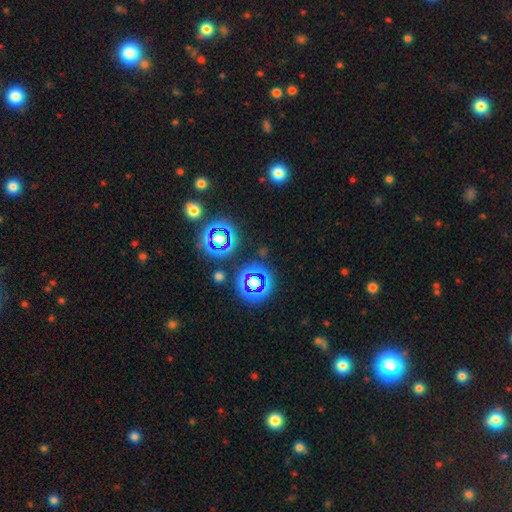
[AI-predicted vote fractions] star or artifact 46%, smooth 45%, featured or disk 9%.